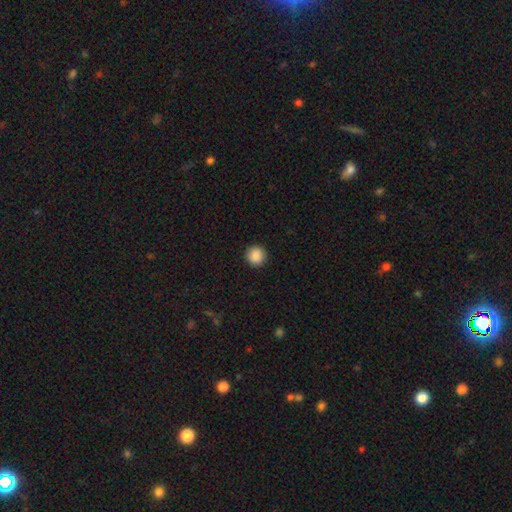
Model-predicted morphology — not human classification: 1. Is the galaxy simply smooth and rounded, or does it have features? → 89% smooth, 8% star or artifact, 3% featured or disk.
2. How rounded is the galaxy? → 93% round, 6% in between, 1% cigar-shaped.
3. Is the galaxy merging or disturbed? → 92% none, 5% minor disturbance, 2% major disturbance, 1% merger.